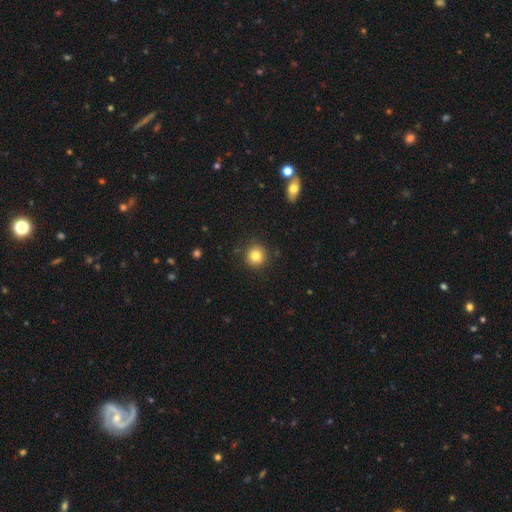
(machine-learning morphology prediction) smooth-or-featured: smooth: 82% | star or artifact: 11% | featured or disk: 7%
  how-rounded: round: 93% | in between: 6% | cigar-shaped: 1%
  merging: none: 88% | minor disturbance: 8% | major disturbance: 2% | merger: 2%